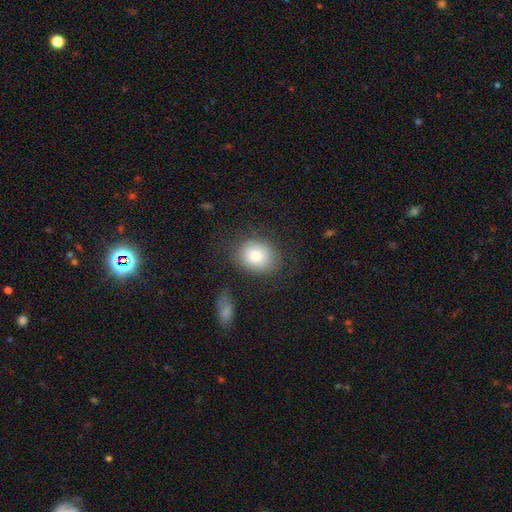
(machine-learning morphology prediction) Smooth or featured? smooth (79%)
How rounded? round (61%)
Merging? none (76%)